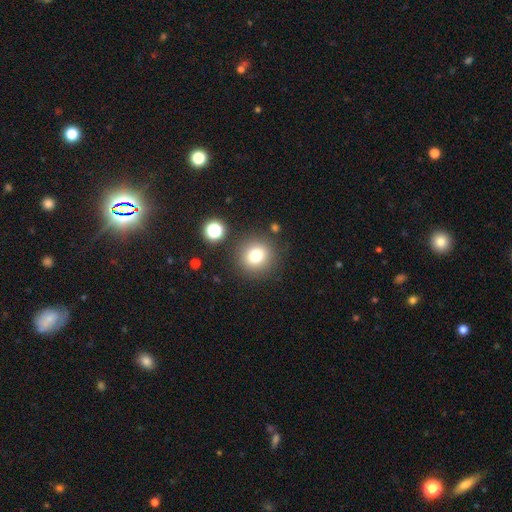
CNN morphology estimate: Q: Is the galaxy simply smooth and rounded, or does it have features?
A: smooth — 76%.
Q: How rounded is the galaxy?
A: round — 89%.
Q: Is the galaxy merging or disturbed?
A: none — 86%.